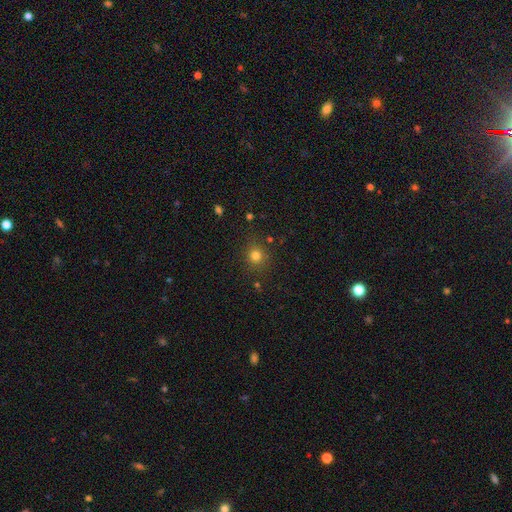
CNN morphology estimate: type=smooth (77%); roundness=round (87%); merging=none (85%).